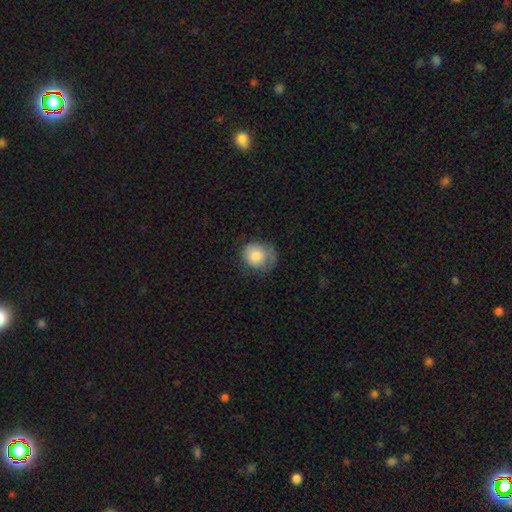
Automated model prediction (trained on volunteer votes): This appears to be a smooth galaxy with no disk features (82%) that is round (71%). Merging: none (50%).